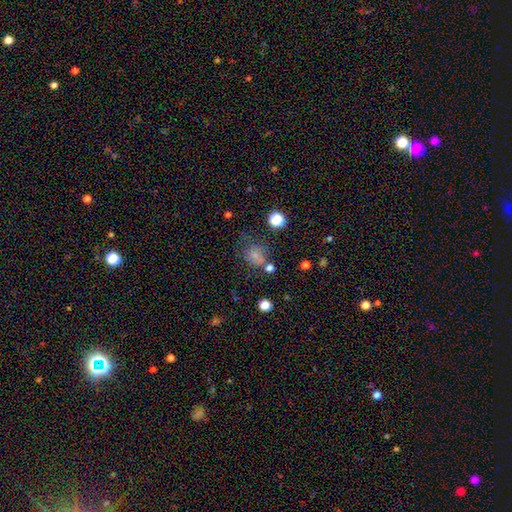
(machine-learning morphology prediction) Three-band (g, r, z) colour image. It shows a smooth galaxy with no disk features (69%) that is round (67%). Merging: none (54%).